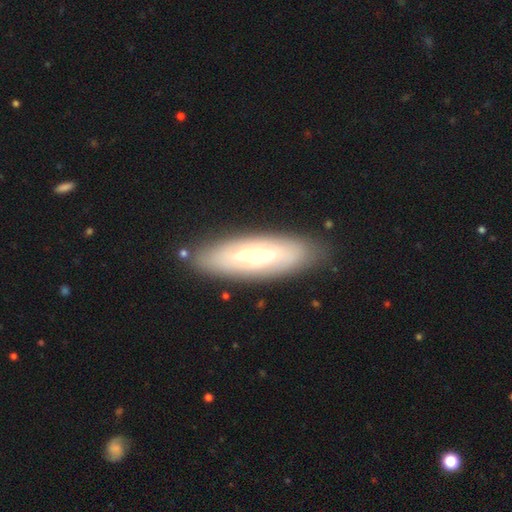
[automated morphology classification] The model was most divided on "smooth or featured": featured or disk: 54%, smooth: 40%, star or artifact: 6%. More confident: merging — none (84%); edge-on disk — no (65%).